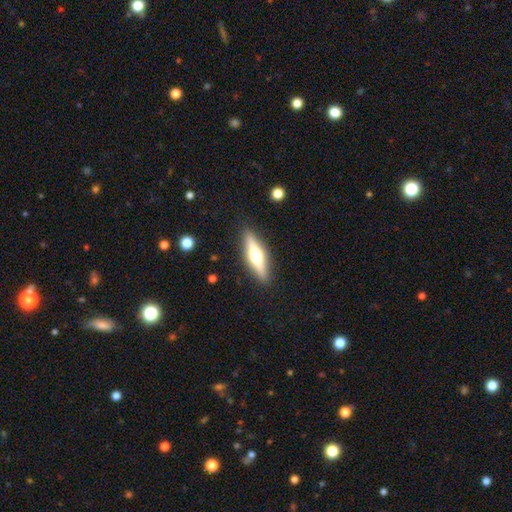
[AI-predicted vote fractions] smooth-or-featured: featured or disk: 61% | smooth: 33% | star or artifact: 6%
  disk-edge-on: yes: 94% | no: 6%
    edge-on-bulge: rounded: 95% | boxy: 3% | none: 2%
  merging: none: 89% | minor disturbance: 8% | major disturbance: 2% | merger: 1%